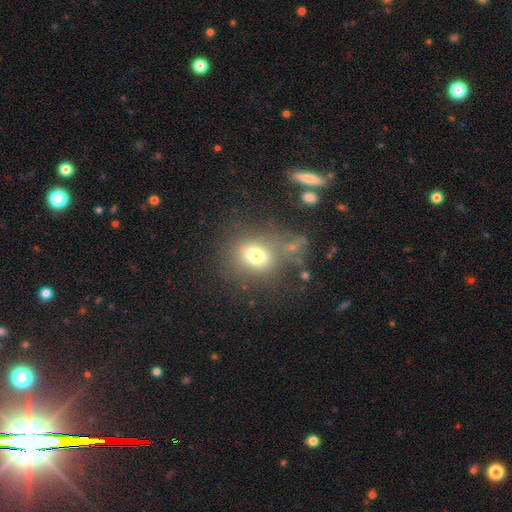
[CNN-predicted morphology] Q: Smooth or featured?
A: smooth (72%); runner-up: featured or disk (14%)
Q: How rounded?
A: round (63%); runner-up: in between (35%)
Q: Merging?
A: none (60%); runner-up: minor disturbance (16%)